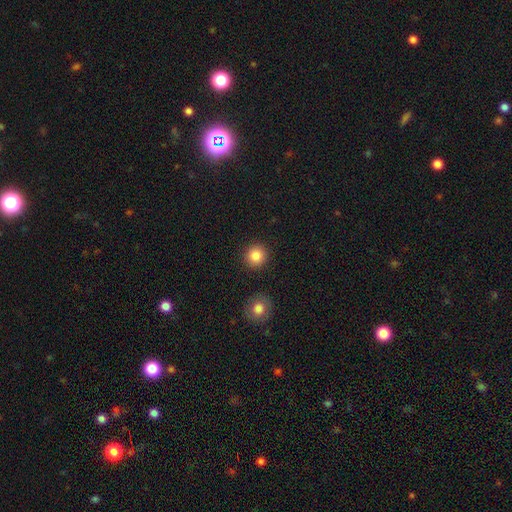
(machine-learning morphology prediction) smooth-or-featured: smooth: 86% | star or artifact: 10% | featured or disk: 5%
  how-rounded: round: 94% | in between: 5% | cigar-shaped: 1%
  merging: none: 90% | minor disturbance: 6% | merger: 2% | major disturbance: 2%